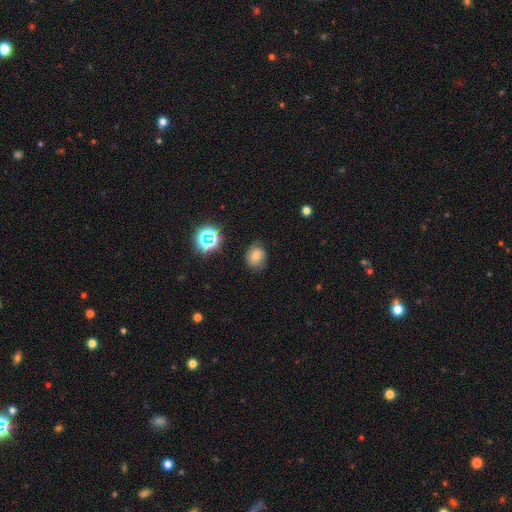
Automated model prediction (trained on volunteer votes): A smooth galaxy with no disk features (67%) that is round (53%).

Vote fractions:
- Smooth or featured? smooth: 67% / star or artifact: 17% / featured or disk: 16%
- How rounded? round: 53% / in between: 46% / cigar-shaped: 1%
- Merging? none: 74% / minor disturbance: 20% / major disturbance: 5% / merger: 1%